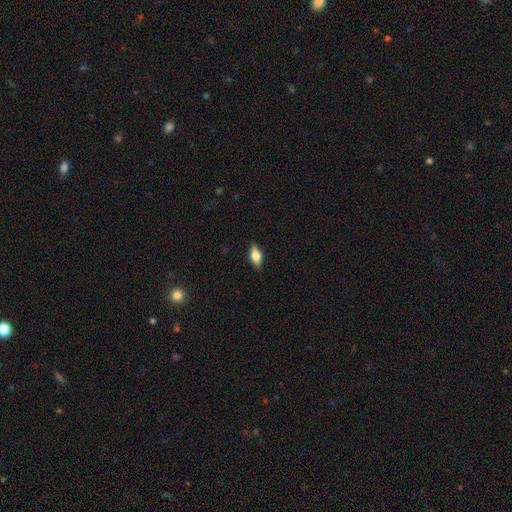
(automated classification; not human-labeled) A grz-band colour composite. It shows a smooth galaxy with no disk features (66%) that is in between round and cigar-shaped (83%). Merging: none (86%).